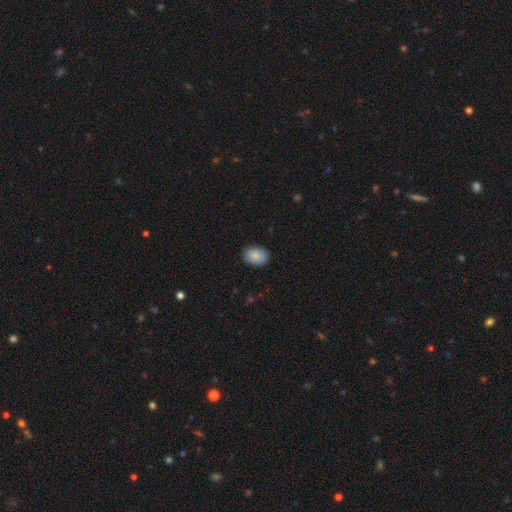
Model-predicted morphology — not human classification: smooth 87%, star or artifact 7%, featured or disk 6%. Down the decision tree: how rounded — in between (71%); merging — none (89%).